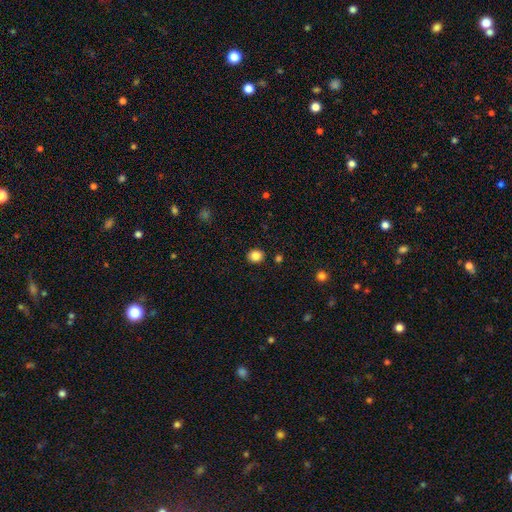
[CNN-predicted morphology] smooth-or-featured: smooth: 84% | star or artifact: 11% | featured or disk: 5%
  how-rounded: round: 70% | in between: 29% | cigar-shaped: 1%
  merging: none: 90% | minor disturbance: 7% | major disturbance: 2% | merger: 2%